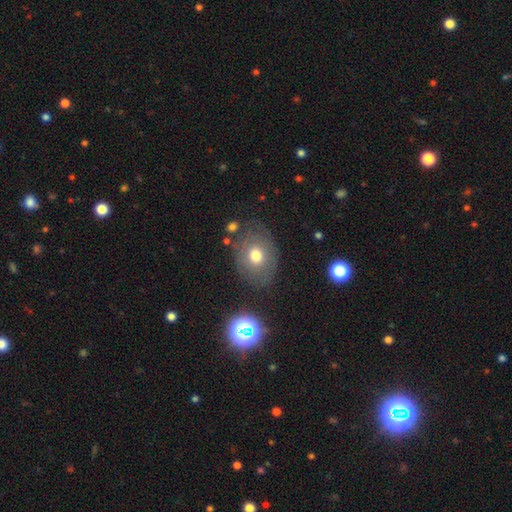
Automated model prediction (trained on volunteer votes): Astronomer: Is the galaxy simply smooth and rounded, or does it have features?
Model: smooth — 55% (runner-up: featured or disk, 34%).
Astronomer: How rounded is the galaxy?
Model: in between — 59% (runner-up: round, 40%).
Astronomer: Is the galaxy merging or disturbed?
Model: none — 73%.